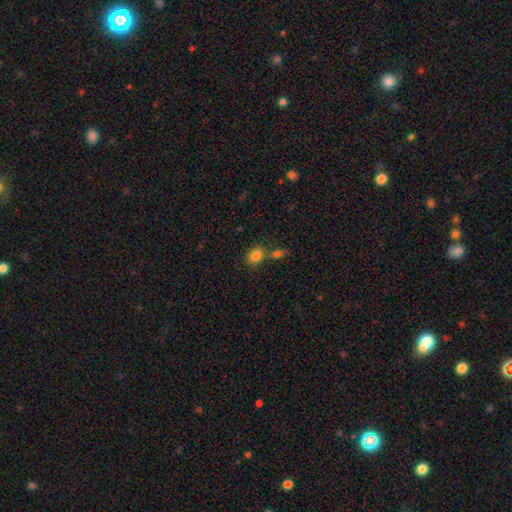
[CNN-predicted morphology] smooth-or-featured: smooth: 83% | star or artifact: 10% | featured or disk: 6%
  how-rounded: in between: 51% | round: 48% | cigar-shaped: 1%
  merging: none: 59% | merger: 27% | minor disturbance: 10% | major disturbance: 4%